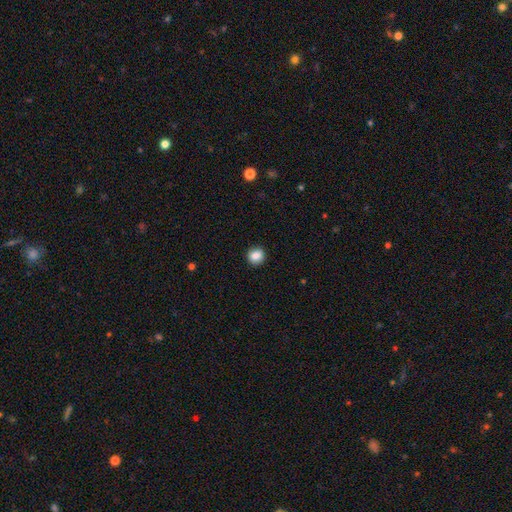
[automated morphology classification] smooth-or-featured: smooth: 86% | star or artifact: 9% | featured or disk: 5%
  how-rounded: round: 86% | in between: 13% | cigar-shaped: 1%
  merging: none: 91% | minor disturbance: 6% | major disturbance: 2% | merger: 1%